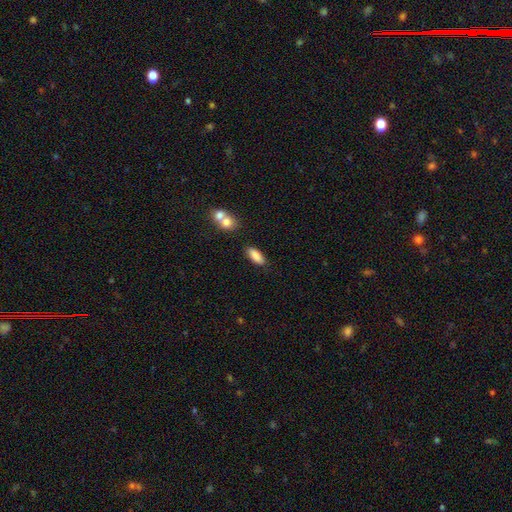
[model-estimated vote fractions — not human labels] smooth-or-featured: smooth: 85% | featured or disk: 7% | star or artifact: 7%
  how-rounded: in between: 75% | cigar-shaped: 23% | round: 2%
  merging: none: 80% | minor disturbance: 11% | merger: 6% | major disturbance: 3%